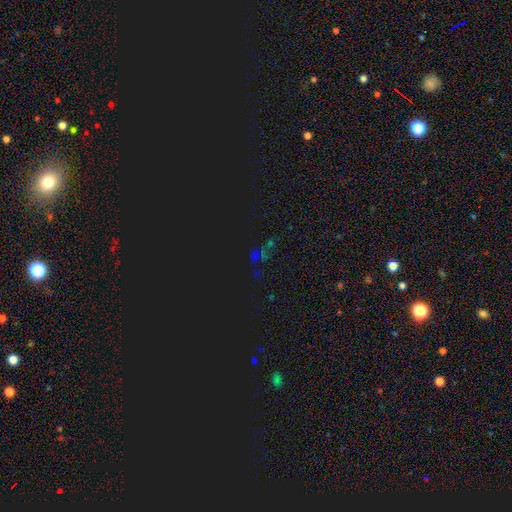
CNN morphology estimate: A star or artifact, not a galaxy (69%).

Vote fractions:
- Smooth or featured? star or artifact: 69% / smooth: 20% / featured or disk: 11%